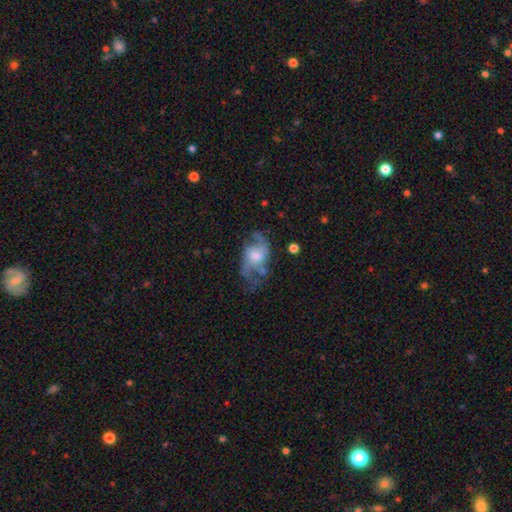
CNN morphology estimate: A featured or disk galaxy (63%) with no bar (65%), spiral arms (70%) and a moderate central bulge (45%). Merging: none (42%).